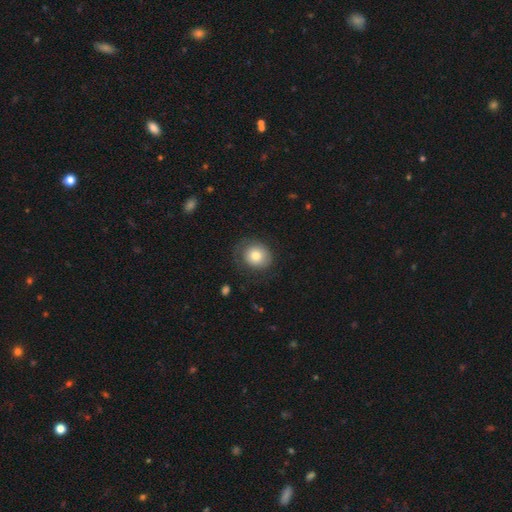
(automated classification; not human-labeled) This appears to be a smooth galaxy with no disk features (74%) that is round (72%). Merging: none (66%).